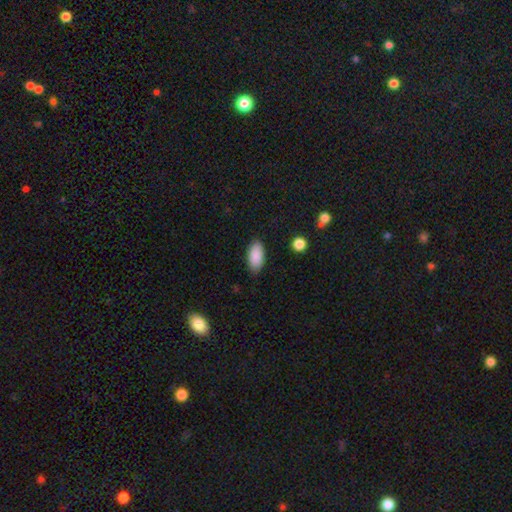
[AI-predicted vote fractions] Morphology: type=smooth (89%); roundness=in between (93%); merging=none (85%).